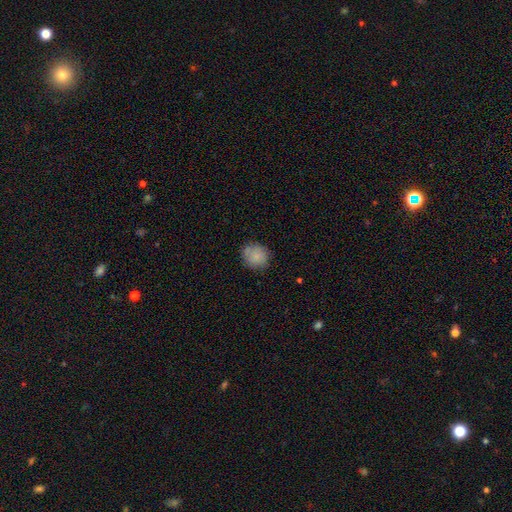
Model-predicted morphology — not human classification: Smooth or featured?
  - smooth: 80% *
  - featured or disk: 11%
  - star or artifact: 8%
How rounded?
  - round: 79% *
  - in between: 20%
  - cigar-shaped: 1%
Merging?
  - none: 76% *
  - minor disturbance: 18%
  - major disturbance: 4%
  - merger: 2%